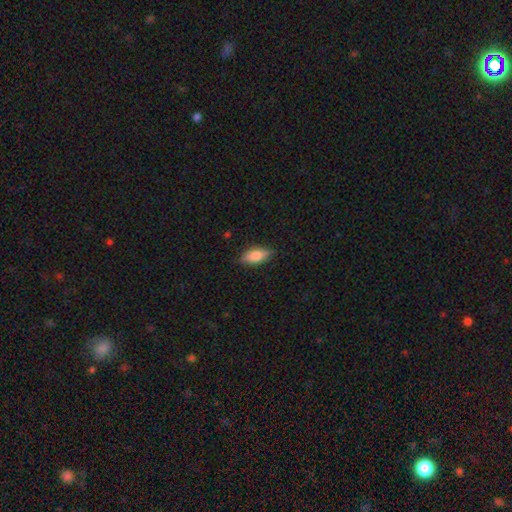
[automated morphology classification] Smooth or featured?
  - smooth: 79% *
  - featured or disk: 15%
  - star or artifact: 6%
How rounded?
  - in between: 80% *
  - cigar-shaped: 17%
  - round: 3%
Merging?
  - none: 85% *
  - minor disturbance: 12%
  - major disturbance: 2%
  - merger: 1%